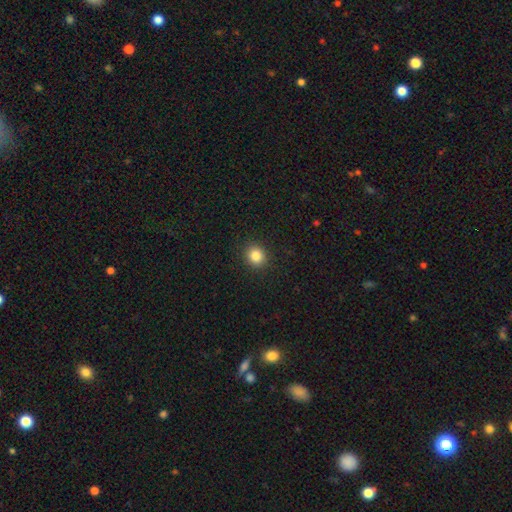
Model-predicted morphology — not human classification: Smooth or featured? Predicted: smooth (p=0.84). How rounded? Predicted: round (p=0.84). Merging? Predicted: none (p=0.92).